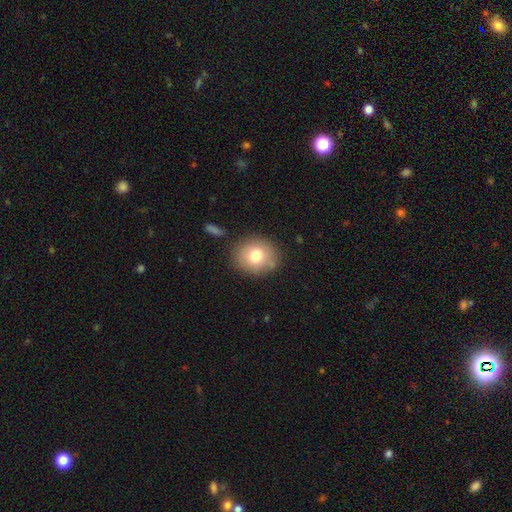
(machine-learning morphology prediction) smooth-or-featured: smooth: 76% | featured or disk: 14% | star or artifact: 10%
  how-rounded: round: 78% | in between: 21% | cigar-shaped: 1%
  merging: none: 82% | minor disturbance: 11% | merger: 4% | major disturbance: 3%